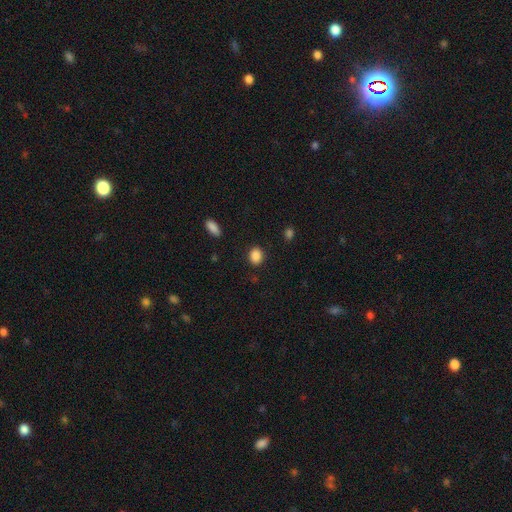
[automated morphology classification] A smooth galaxy with no disk features (88%) that is round (53%).

Vote fractions:
- Smooth or featured? smooth: 88% / star or artifact: 9% / featured or disk: 3%
- How rounded? round: 53% / in between: 46% / cigar-shaped: 1%
- Merging? none: 87% / minor disturbance: 8% / major disturbance: 3% / merger: 1%